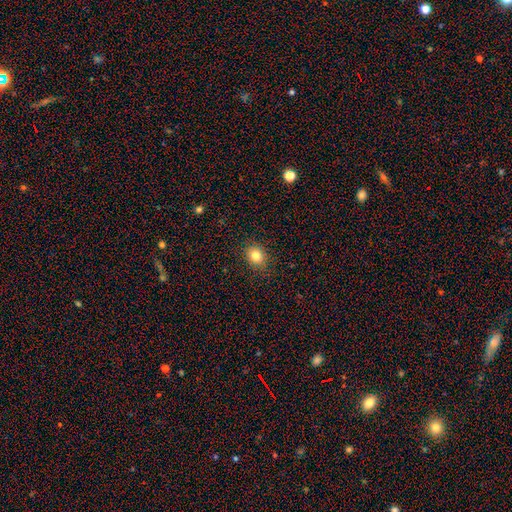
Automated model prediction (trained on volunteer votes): Morphology: type=smooth (81%); roundness=round (57%); merging=none (88%).